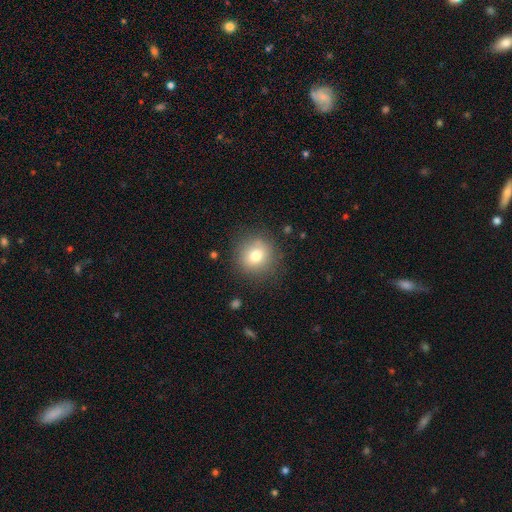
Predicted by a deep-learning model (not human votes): The model was most divided on "smooth or featured": smooth: 78%, featured or disk: 11%, star or artifact: 11%. More confident: how rounded — round (89%); merging — none (84%).